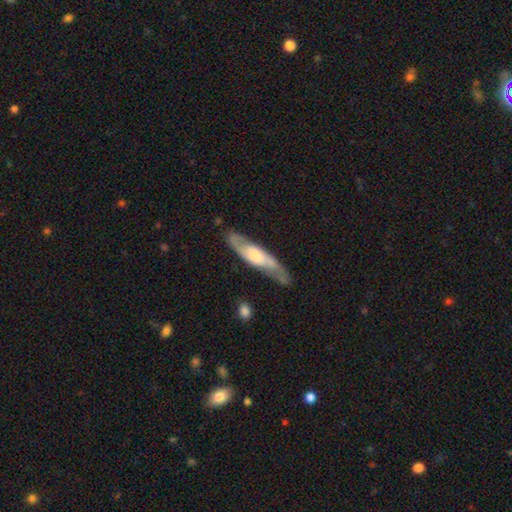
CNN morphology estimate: Smooth or featured? featured or disk (67%)
Edge-on disk? no (62%)
Merging? none (74%)